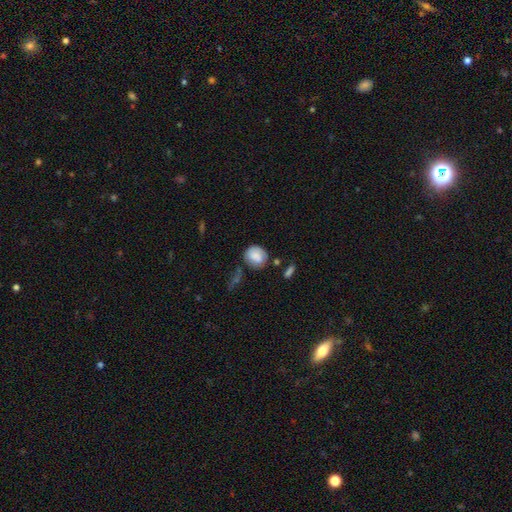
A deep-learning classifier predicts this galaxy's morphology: This is likely a smooth galaxy (77%). How rounded: likely round (75%). Merging: possibly none (59%).